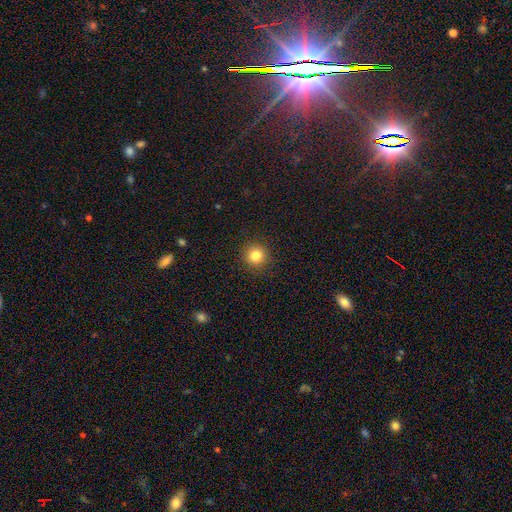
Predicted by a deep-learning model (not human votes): Overall: smooth (82%). How rounded: round (94%). Merging: none (91%).